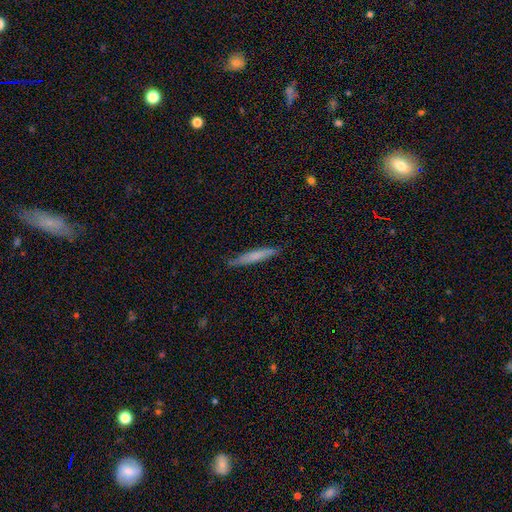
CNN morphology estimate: Overall: smooth (65%; featured or disk 30%). How rounded: cigar-shaped (95%). Merging: none (84%).